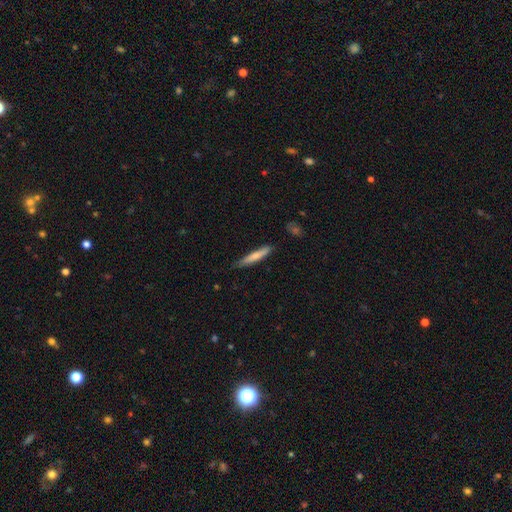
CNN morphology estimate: smooth-or-featured: smooth: 70% | featured or disk: 25% | star or artifact: 5%
  how-rounded: cigar-shaped: 93% | in between: 6% | round: 1%
  merging: none: 80% | minor disturbance: 16% | major disturbance: 2% | merger: 2%